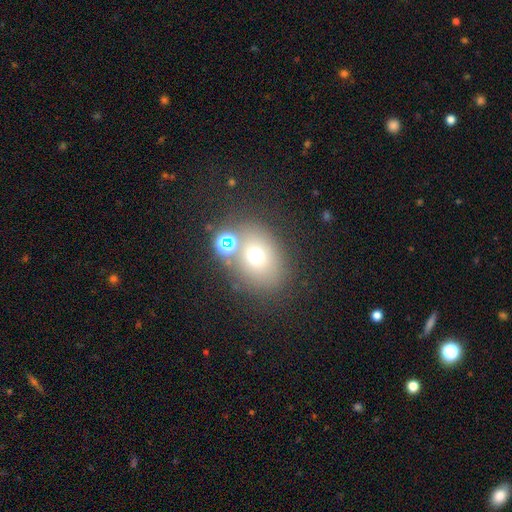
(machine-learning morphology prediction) The model was most divided on "how rounded": round: 57%, in between: 42%, cigar-shaped: 1%. More confident: merging — none (66%); smooth or featured — smooth (65%).